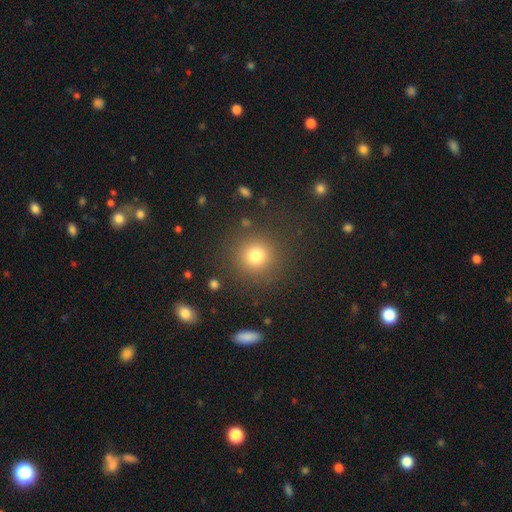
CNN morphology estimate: Smooth or featured?
  - smooth: 78% *
  - star or artifact: 15%
  - featured or disk: 8%
How rounded?
  - round: 93% *
  - in between: 6%
  - cigar-shaped: 1%
Merging?
  - none: 87% *
  - minor disturbance: 7%
  - major disturbance: 4%
  - merger: 2%